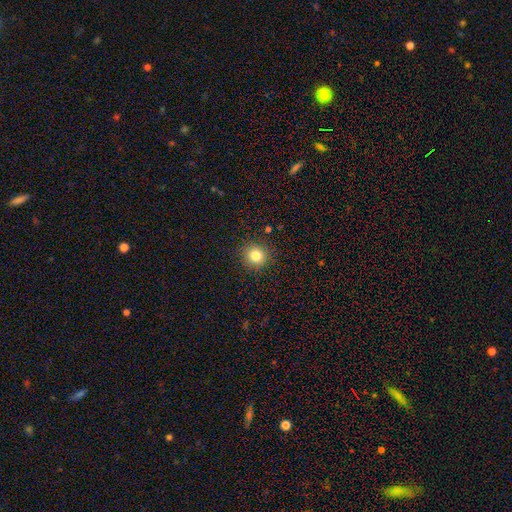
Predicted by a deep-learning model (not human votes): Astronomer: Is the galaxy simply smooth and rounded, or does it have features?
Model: smooth — 82%.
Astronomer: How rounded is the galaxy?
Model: round — 92%.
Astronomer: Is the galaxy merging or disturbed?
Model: none — 90%.